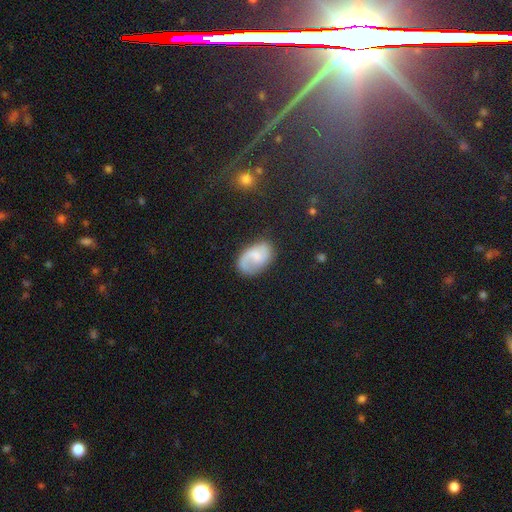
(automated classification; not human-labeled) smooth-or-featured: featured or disk: 55% | smooth: 36% | star or artifact: 8%
  disk-edge-on: no: 97% | yes: 3%
    bar: weak: 47% | no: 44% | strong: 9%
    has-spiral-arms: yes: 87% | no: 13%
    bulge-size: small: 34% | none: 31% | moderate: 27% | large: 6% | dominant: 2%
  merging: none: 68% | minor disturbance: 20% | major disturbance: 9% | merger: 2%